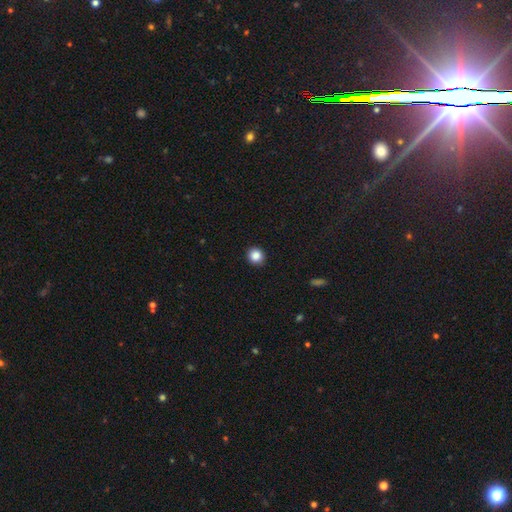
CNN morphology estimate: type=smooth (86%); roundness=round (89%); merging=none (92%).